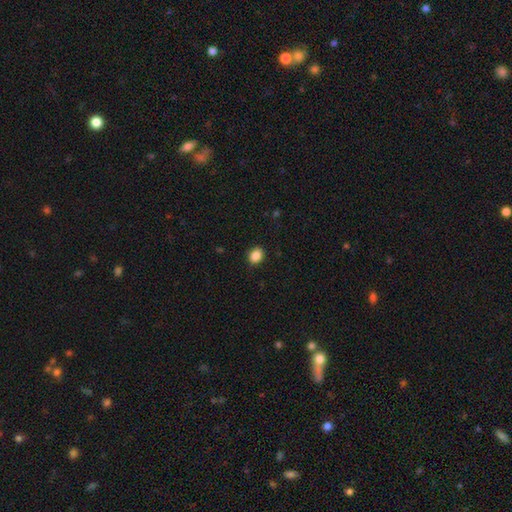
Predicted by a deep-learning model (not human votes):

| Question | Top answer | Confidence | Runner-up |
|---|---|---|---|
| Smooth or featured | smooth | 88% | star or artifact (9%) |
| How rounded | in between | 52% | round (47%) |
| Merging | none | 90% | minor disturbance (7%) |